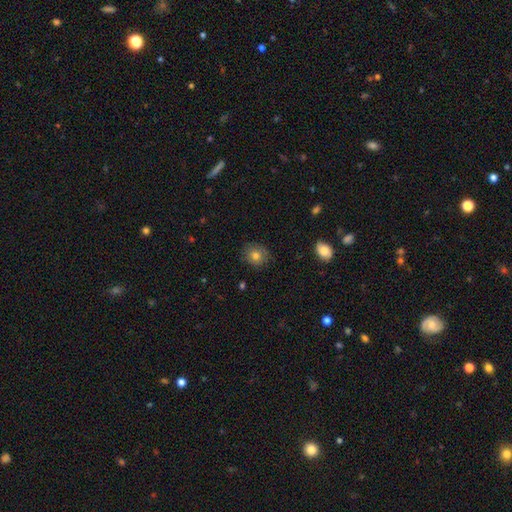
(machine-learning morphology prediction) Smooth or featured?
  - smooth: 77% *
  - featured or disk: 13%
  - star or artifact: 11%
How rounded?
  - round: 83% *
  - in between: 16%
  - cigar-shaped: 1%
Merging?
  - none: 82% *
  - minor disturbance: 14%
  - major disturbance: 3%
  - merger: 1%